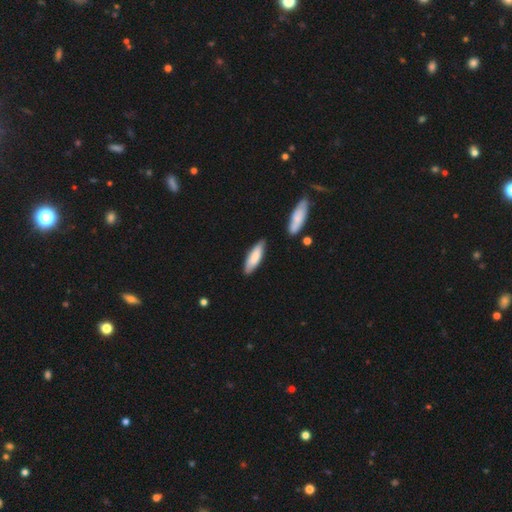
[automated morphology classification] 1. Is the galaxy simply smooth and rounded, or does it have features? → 82% smooth, 13% featured or disk, 5% star or artifact.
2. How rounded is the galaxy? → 50% cigar-shaped, 49% in between, 1% round.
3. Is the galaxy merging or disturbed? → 79% none, 15% minor disturbance, 4% merger, 2% major disturbance.